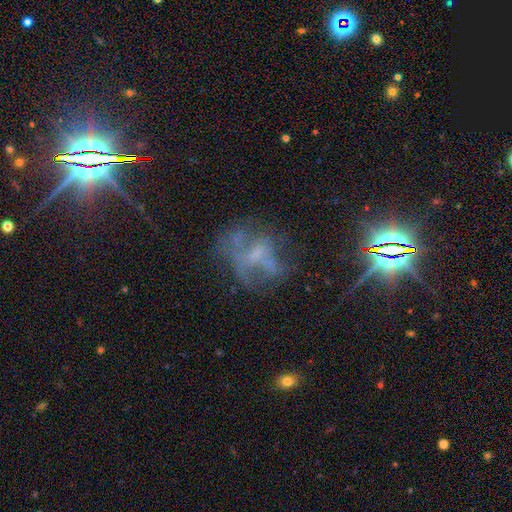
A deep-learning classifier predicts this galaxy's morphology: Smooth or featured? featured or disk (45%)
Merging? none (46%)